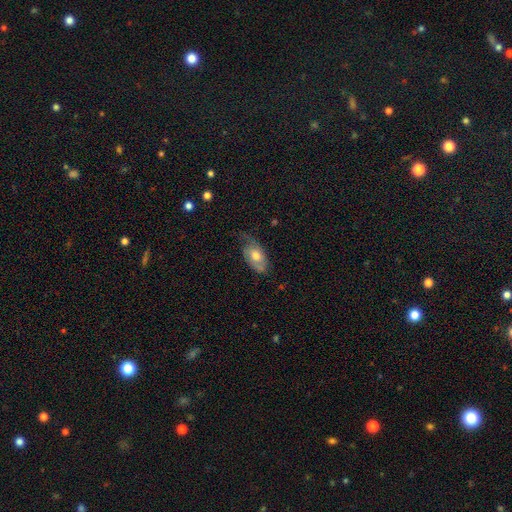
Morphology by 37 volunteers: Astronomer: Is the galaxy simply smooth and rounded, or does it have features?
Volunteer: featured or disk — 54% (runner-up: smooth, 43%).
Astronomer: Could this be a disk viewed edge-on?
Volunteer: no — 90%.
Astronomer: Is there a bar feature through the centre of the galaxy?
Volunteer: no — 61% (runner-up: weak, 39%).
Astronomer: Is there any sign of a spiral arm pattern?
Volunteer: yes — 83%.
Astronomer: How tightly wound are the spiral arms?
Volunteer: loose — 47% (runner-up: medium, 33%).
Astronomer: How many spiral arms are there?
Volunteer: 2 — 67%.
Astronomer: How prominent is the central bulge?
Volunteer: moderate — 78%.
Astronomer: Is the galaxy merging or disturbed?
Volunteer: none — 36% (runner-up: major disturbance, 33%).